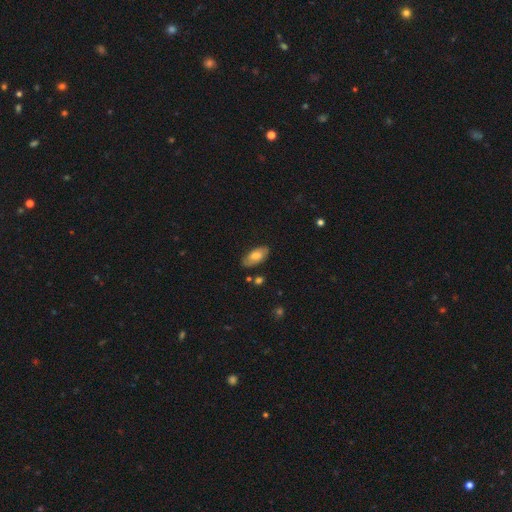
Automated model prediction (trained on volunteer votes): This appears to be a smooth galaxy with no disk features (69%) that is in between round and cigar-shaped (90%). Merging: none (80%).